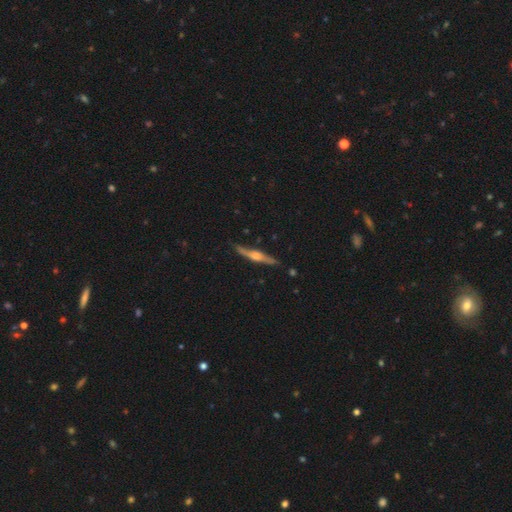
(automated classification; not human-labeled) This is likely a featured or disk galaxy (69%). It is clearly viewed edge-on (96%). Edge-on bulge: likely rounded (78%). Merging: clearly none (83%).